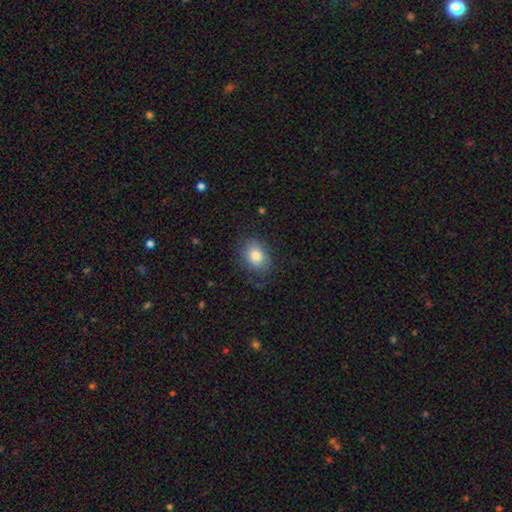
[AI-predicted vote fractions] smooth-or-featured: smooth: 79% | featured or disk: 13% | star or artifact: 8%
  how-rounded: in between: 69% | round: 30% | cigar-shaped: 1%
  merging: none: 72% | minor disturbance: 19% | major disturbance: 8% | merger: 1%